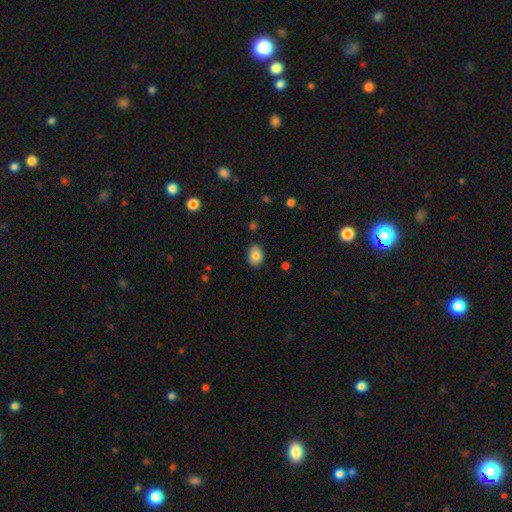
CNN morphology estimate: This appears to be a smooth galaxy with no disk features (83%) that is in between round and cigar-shaped (75%). Merging: none (87%).